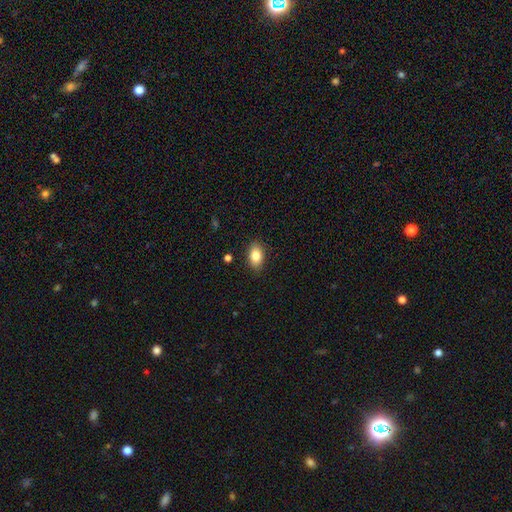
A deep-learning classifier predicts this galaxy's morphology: smooth_or_featured: smooth (p=0.83) [alt: featured or disk p=0.09]
how_rounded: in between (p=0.89) [alt: round p=0.09]
merging: none (p=0.87) [alt: minor disturbance p=0.09]